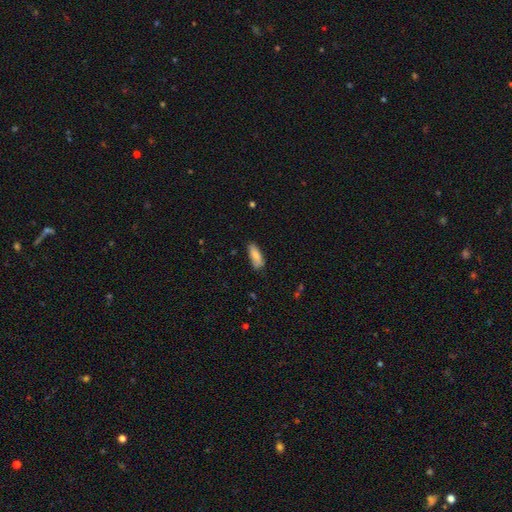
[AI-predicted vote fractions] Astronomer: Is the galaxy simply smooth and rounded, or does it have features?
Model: smooth — 82%.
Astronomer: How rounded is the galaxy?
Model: in between — 69%.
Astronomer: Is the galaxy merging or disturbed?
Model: none — 73%.